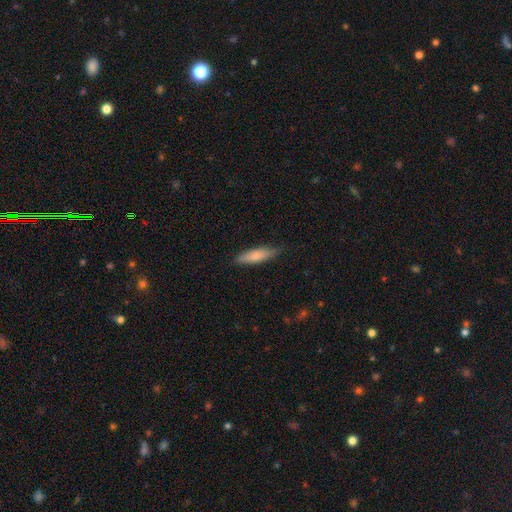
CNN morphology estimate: Smooth or featured? smooth (79%)
How rounded? cigar-shaped (68%)
Merging? none (82%)